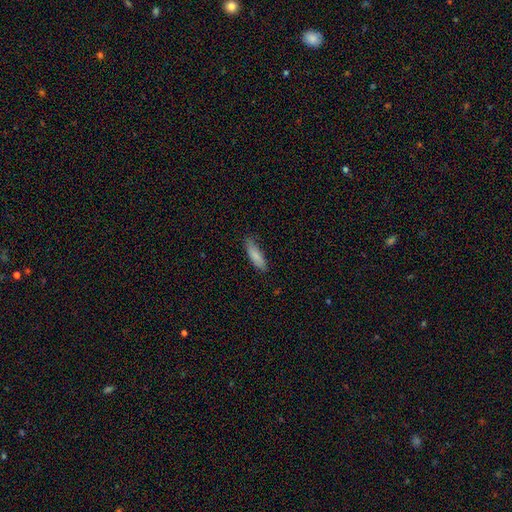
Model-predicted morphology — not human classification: Smooth or featured?
  - smooth: 84% *
  - featured or disk: 10%
  - star or artifact: 6%
How rounded?
  - cigar-shaped: 56% *
  - in between: 43%
  - round: 1%
Merging?
  - none: 78% *
  - minor disturbance: 18%
  - major disturbance: 3%
  - merger: 1%